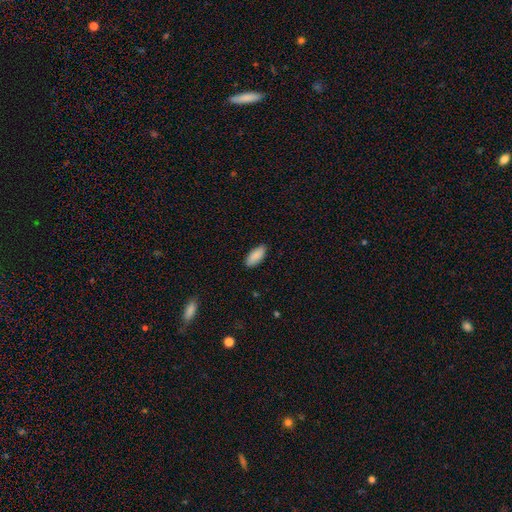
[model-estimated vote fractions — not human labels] A smooth galaxy with no disk features (90%) that is in between round and cigar-shaped (87%). Merging: none (88%).